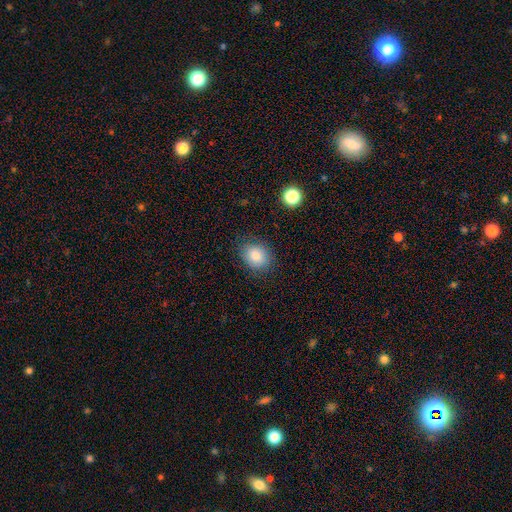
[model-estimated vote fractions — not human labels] Overall: smooth (83%). How rounded: round (51%; in between 48%). Merging: none (82%).